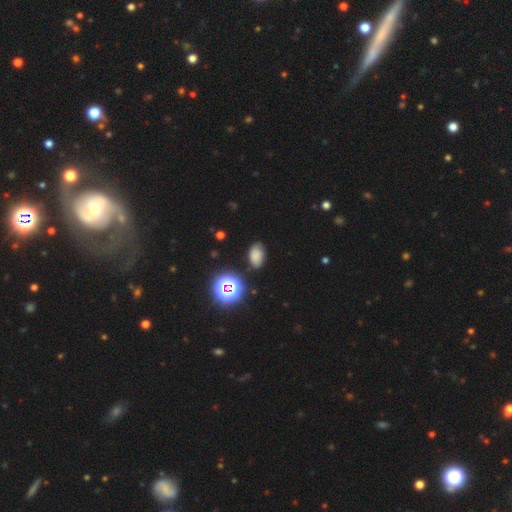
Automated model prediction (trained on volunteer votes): smooth_or_featured: smooth (p=0.69) [alt: star or artifact p=0.20]
how_rounded: in between (p=0.84) [alt: round p=0.14]
merging: none (p=0.76) [alt: minor disturbance p=0.17]